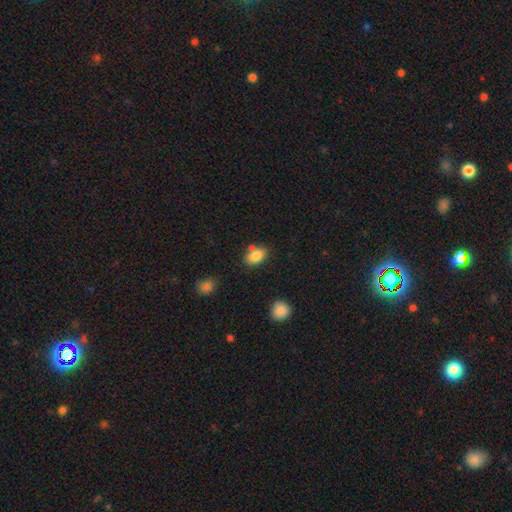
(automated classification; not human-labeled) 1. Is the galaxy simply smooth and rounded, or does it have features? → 84% smooth, 8% star or artifact, 8% featured or disk.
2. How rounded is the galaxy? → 87% in between, 10% round, 3% cigar-shaped.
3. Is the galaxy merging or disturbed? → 67% none, 15% merger, 14% minor disturbance, 4% major disturbance.